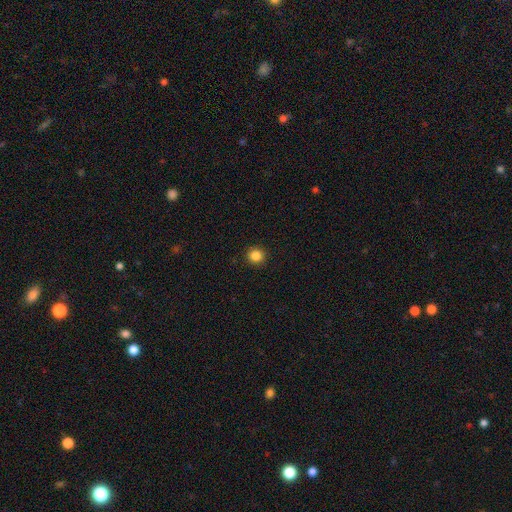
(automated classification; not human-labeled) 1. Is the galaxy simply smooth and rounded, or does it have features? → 85% smooth, 11% star or artifact, 4% featured or disk.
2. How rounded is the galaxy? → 94% round, 5% in between, 1% cigar-shaped.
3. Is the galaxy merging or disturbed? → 93% none, 5% minor disturbance, 2% major disturbance, 1% merger.